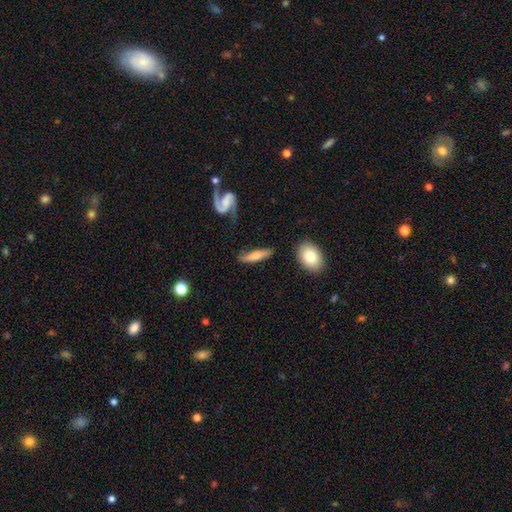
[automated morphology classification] Q: Smooth or featured?
A: smooth (54%); runner-up: featured or disk (39%)
Q: How rounded?
A: cigar-shaped (71%); runner-up: in between (26%)
Q: Merging?
A: none (73%); runner-up: minor disturbance (18%)